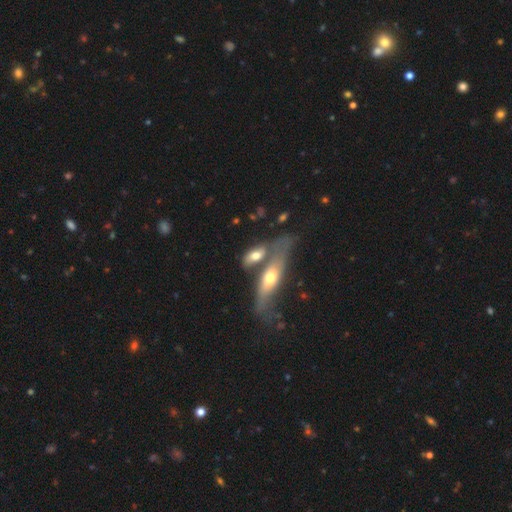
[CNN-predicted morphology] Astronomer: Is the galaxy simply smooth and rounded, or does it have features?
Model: smooth — 59%.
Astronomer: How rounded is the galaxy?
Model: in between — 74%.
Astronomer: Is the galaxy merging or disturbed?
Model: merger — 47% (runner-up: none, 32%).